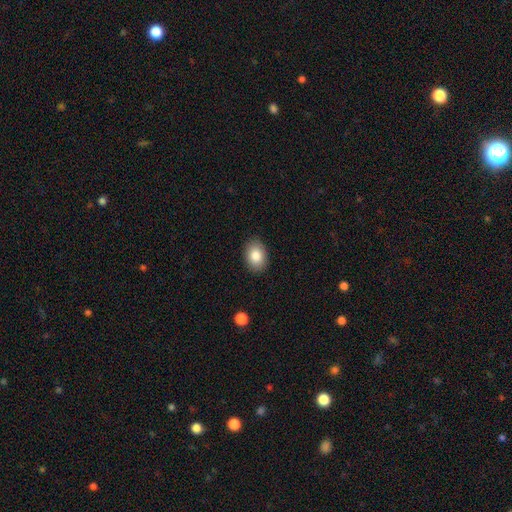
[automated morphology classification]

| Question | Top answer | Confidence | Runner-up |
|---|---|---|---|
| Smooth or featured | smooth | 84% | featured or disk (8%) |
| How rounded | in between | 77% | round (22%) |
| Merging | none | 89% | minor disturbance (8%) |